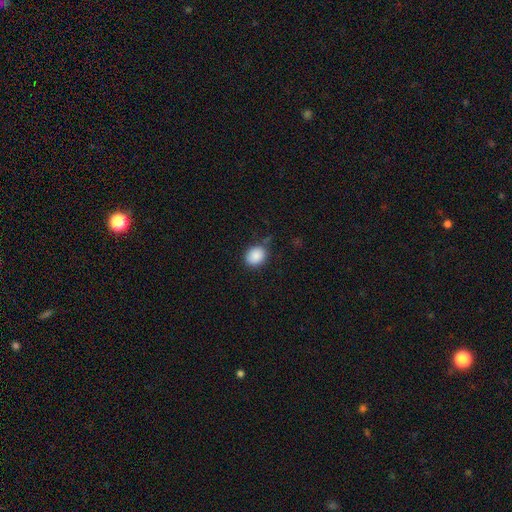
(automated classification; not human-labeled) Q: Smooth or featured?
A: smooth (88%); runner-up: star or artifact (8%)
Q: How rounded?
A: round (58%); runner-up: in between (42%)
Q: Merging?
A: none (73%); runner-up: minor disturbance (19%)